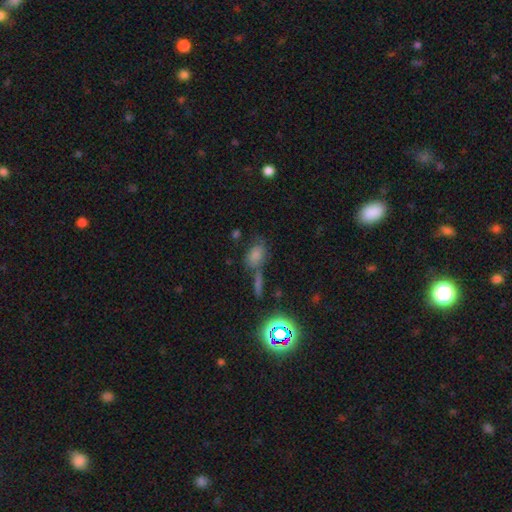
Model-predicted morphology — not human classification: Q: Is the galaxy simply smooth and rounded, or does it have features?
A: smooth — 70%.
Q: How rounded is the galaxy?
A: in between — 75%.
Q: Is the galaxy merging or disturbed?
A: none — 48%.